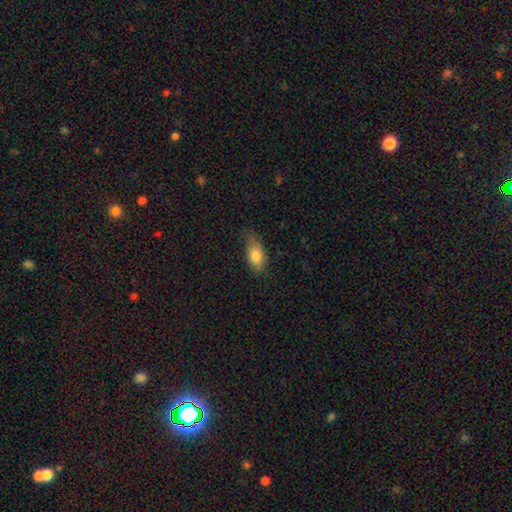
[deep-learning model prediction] This appears to be a smooth galaxy with no disk features (80%) that is in between round and cigar-shaped (87%). Merging: none (62%).